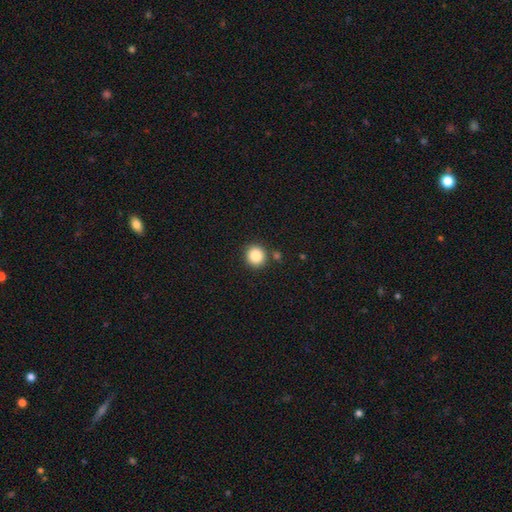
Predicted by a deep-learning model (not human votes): Smooth or featured: smooth — 86% (star or artifact — 10%)
How rounded: round — 94% (in between — 5%)
Merging: none — 86% (minor disturbance — 7%)